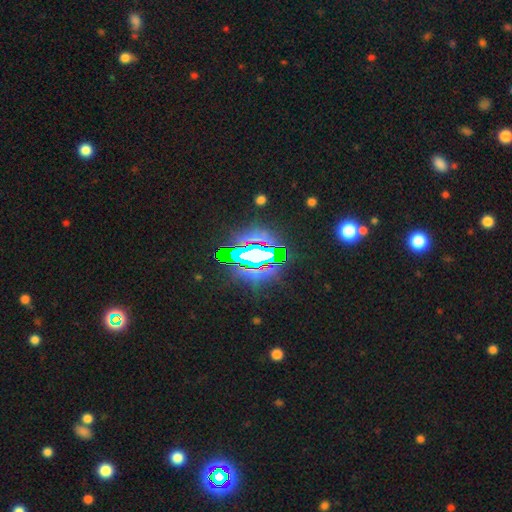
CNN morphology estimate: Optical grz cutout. It shows a star or artifact, not a galaxy (74%).